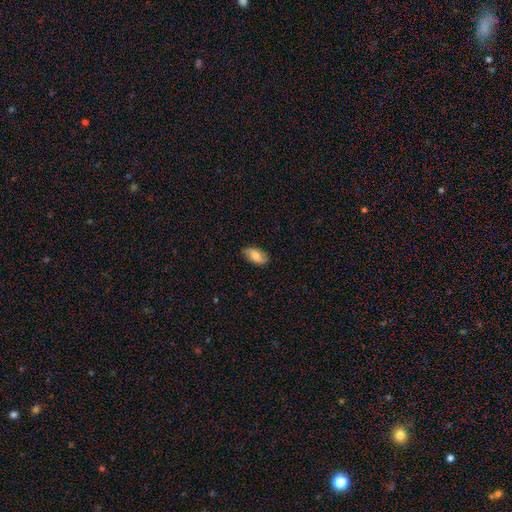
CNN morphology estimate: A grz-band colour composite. It shows a smooth galaxy with no disk features (73%) that is in between round and cigar-shaped (92%). Merging: none (82%).